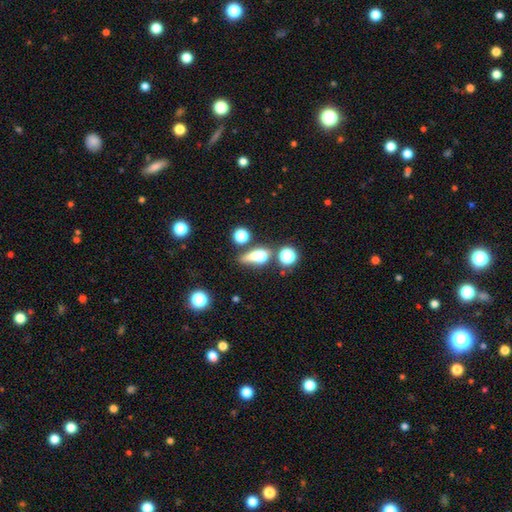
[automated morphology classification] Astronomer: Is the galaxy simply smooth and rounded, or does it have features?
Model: smooth — 59%.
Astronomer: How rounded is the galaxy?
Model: in between — 48% (runner-up: round, 28%).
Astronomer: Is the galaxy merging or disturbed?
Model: none — 39% (runner-up: merger, 24%).